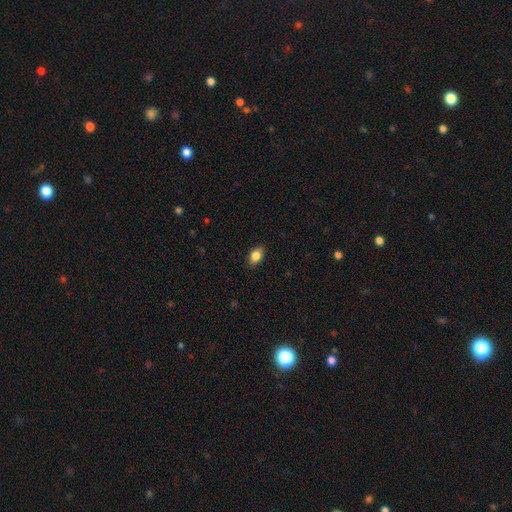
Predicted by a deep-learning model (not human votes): Smooth or featured: smooth — 85% (star or artifact — 8%)
How rounded: in between — 84% (round — 14%)
Merging: none — 88% (minor disturbance — 9%)